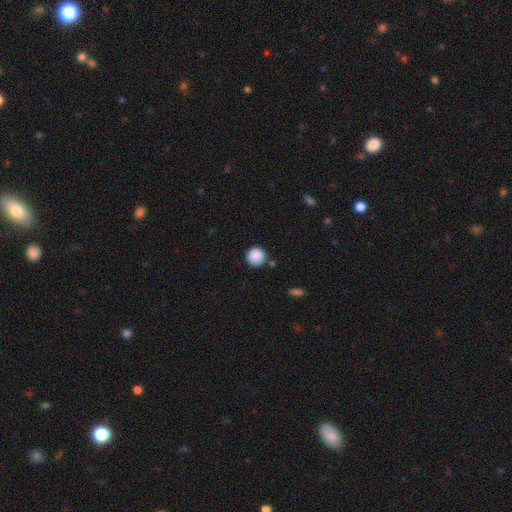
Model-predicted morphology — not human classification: Overall: smooth (88%). How rounded: round (95%). Merging: none (86%).